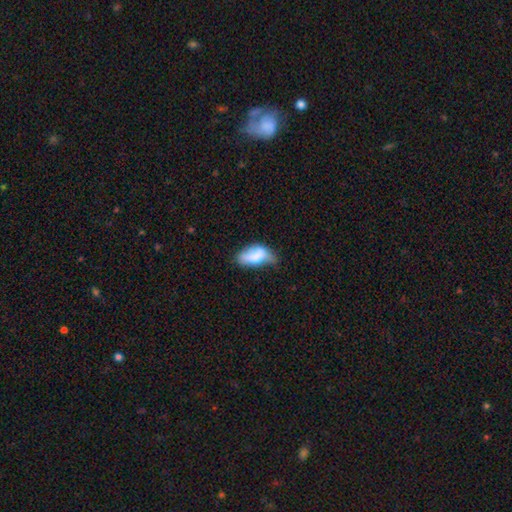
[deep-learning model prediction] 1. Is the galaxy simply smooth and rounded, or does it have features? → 68% smooth, 24% featured or disk, 8% star or artifact.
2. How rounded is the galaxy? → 90% in between, 6% cigar-shaped, 4% round.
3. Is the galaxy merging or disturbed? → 39% minor disturbance, 34% none, 20% major disturbance, 7% merger.